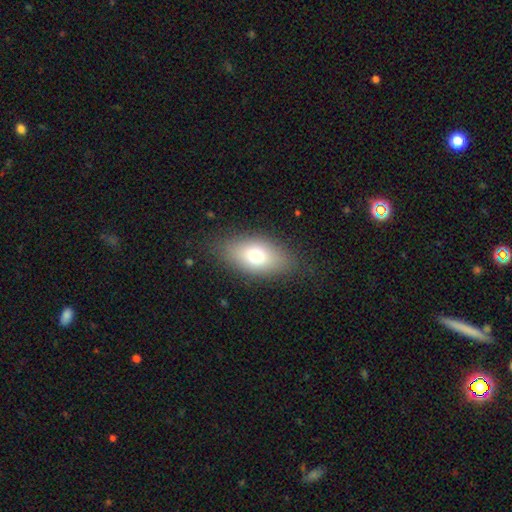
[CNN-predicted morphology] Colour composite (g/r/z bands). It shows a smooth galaxy with no disk features (72%) that is in between round and cigar-shaped (87%). Merging: none (82%).